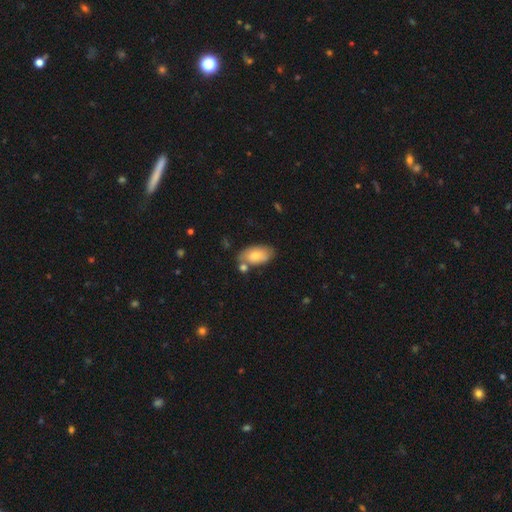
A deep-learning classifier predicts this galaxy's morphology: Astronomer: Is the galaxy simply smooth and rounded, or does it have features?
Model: smooth — 76%.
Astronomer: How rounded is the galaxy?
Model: in between — 93%.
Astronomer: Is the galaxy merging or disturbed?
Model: none — 63%.